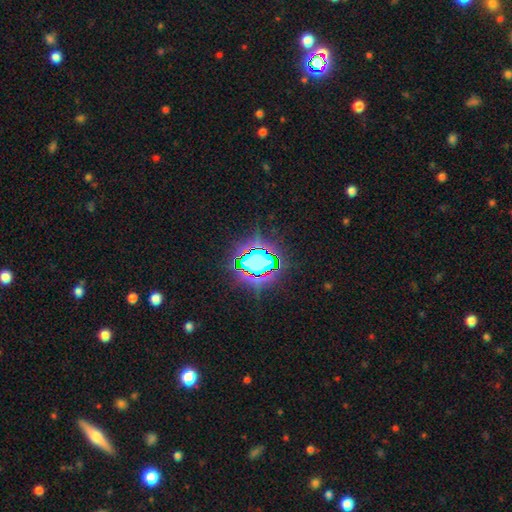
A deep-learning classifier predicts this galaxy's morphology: type=star or artifact (76%).